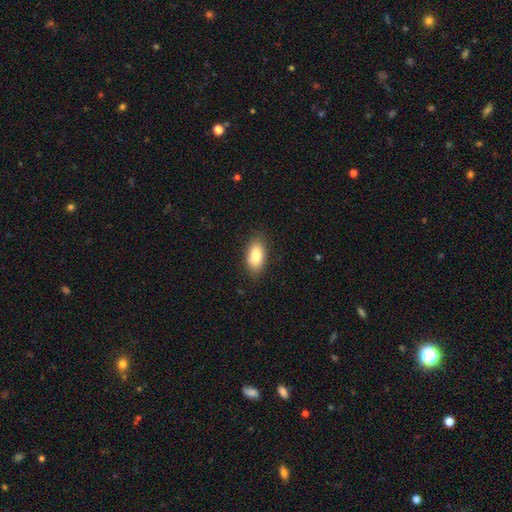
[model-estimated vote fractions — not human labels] Smooth or featured: smooth — 82% (featured or disk — 11%)
How rounded: in between — 92% (cigar-shaped — 4%)
Merging: none — 86% (minor disturbance — 11%)